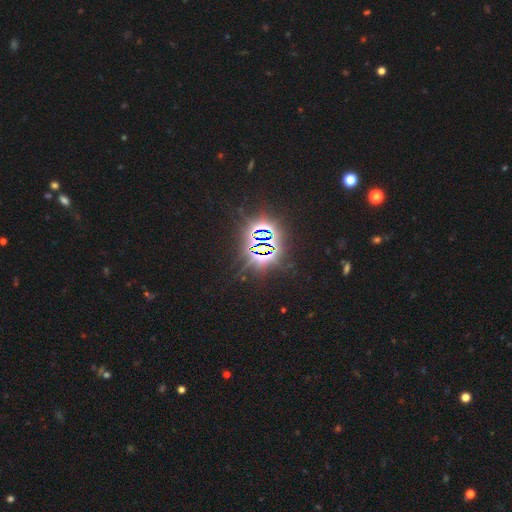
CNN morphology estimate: This is clearly a star or artifact rather than a galaxy (85%).